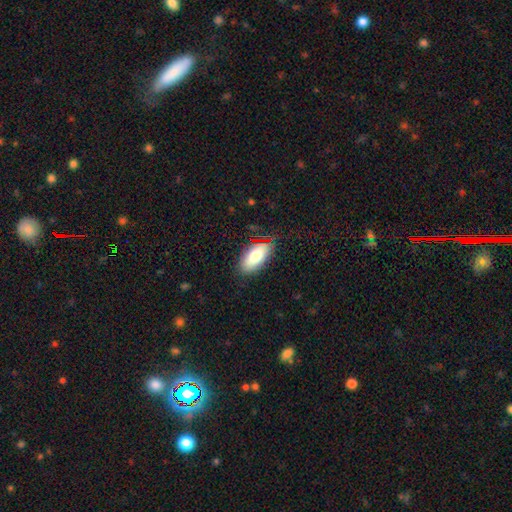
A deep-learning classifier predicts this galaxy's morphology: A smooth galaxy with no disk features (72%) that is in between round and cigar-shaped (87%).

Vote fractions:
- Smooth or featured? smooth: 72% / featured or disk: 16% / star or artifact: 11%
- How rounded? in between: 87% / cigar-shaped: 7% / round: 6%
- Merging? none: 81% / minor disturbance: 13% / major disturbance: 3% / merger: 2%